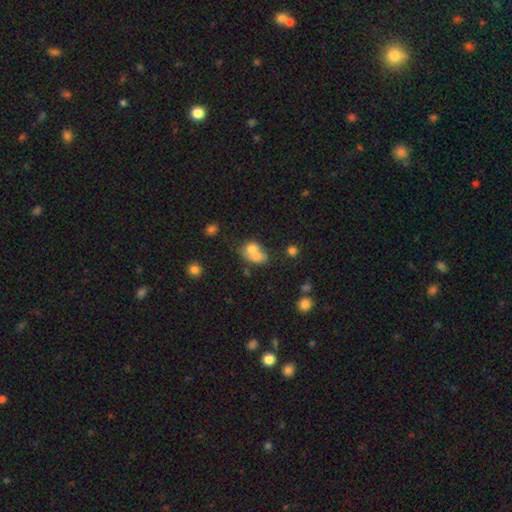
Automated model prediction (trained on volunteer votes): Overall: smooth (68%). How rounded: round (50%; in between 49%). Merging: merger (67%).